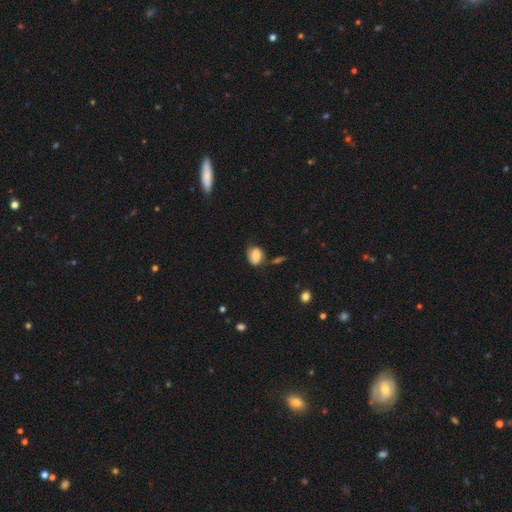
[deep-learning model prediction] This is likely a smooth galaxy (70%). How rounded: likely in between (61%). Merging: possibly none (57%).